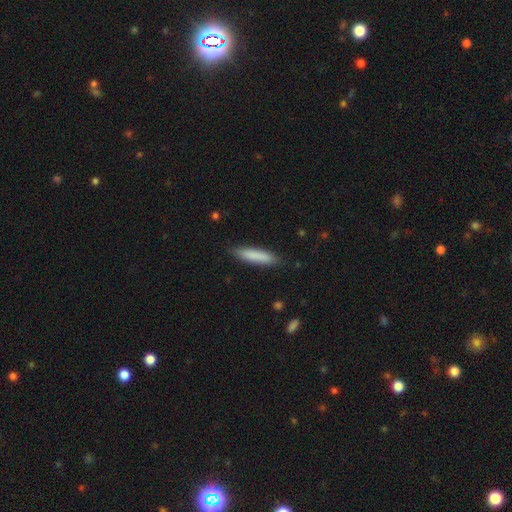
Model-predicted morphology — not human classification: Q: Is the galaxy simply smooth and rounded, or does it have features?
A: smooth — 84%.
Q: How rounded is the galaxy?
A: cigar-shaped — 81%.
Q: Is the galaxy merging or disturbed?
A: none — 86%.